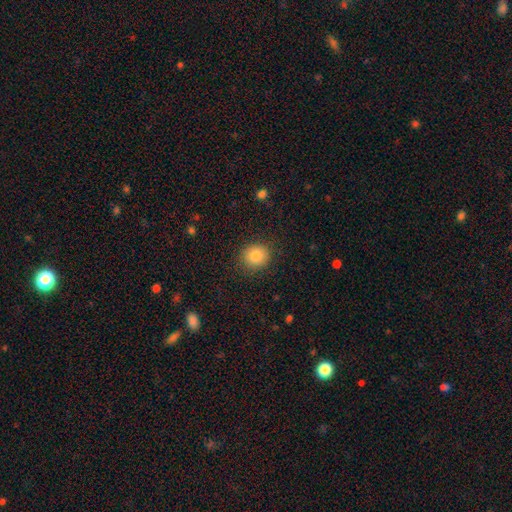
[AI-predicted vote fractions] A smooth galaxy with no disk features (84%) that is round (80%).

Vote fractions:
- Smooth or featured? smooth: 84% / star or artifact: 10% / featured or disk: 6%
- How rounded? round: 80% / in between: 19% / cigar-shaped: 1%
- Merging? none: 87% / minor disturbance: 9% / major disturbance: 3% / merger: 1%